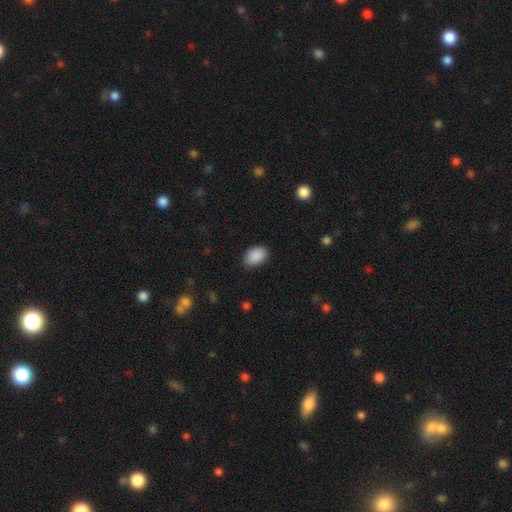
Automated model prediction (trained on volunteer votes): Overall: smooth (90%). How rounded: in between (85%). Merging: none (82%).